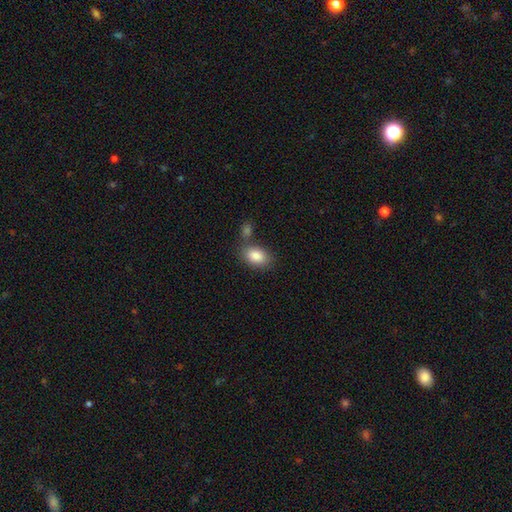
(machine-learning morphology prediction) type=smooth (86%); roundness=in between (85%); merging=none (61%).